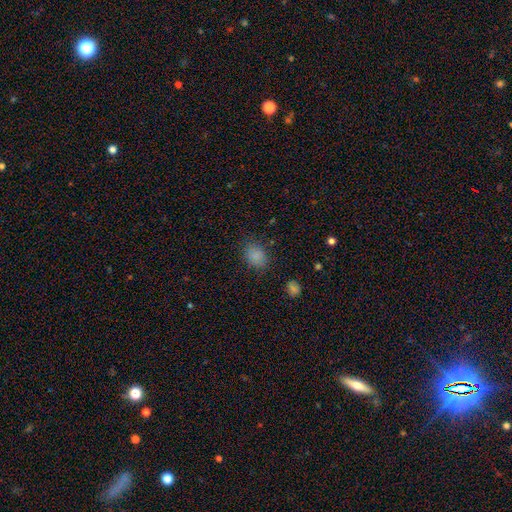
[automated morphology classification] smooth_or_featured: smooth (p=0.84) [alt: star or artifact p=0.12]
how_rounded: in between (p=0.62) [alt: round p=0.37]
merging: none (p=0.80) [alt: minor disturbance p=0.14]